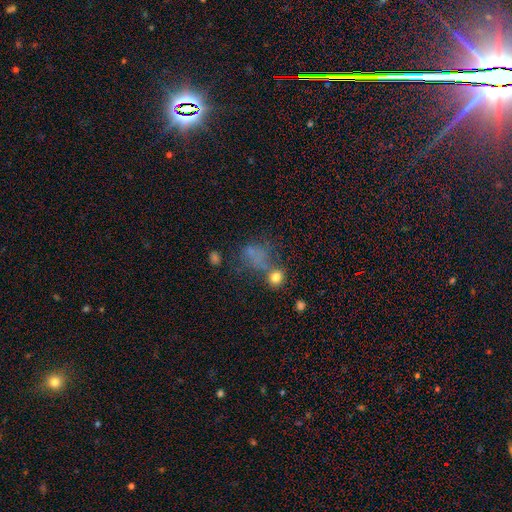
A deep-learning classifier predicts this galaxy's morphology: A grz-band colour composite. It shows a smooth galaxy with no disk features (54%) that is round (49%, tied with in between). Merging: none (36%).